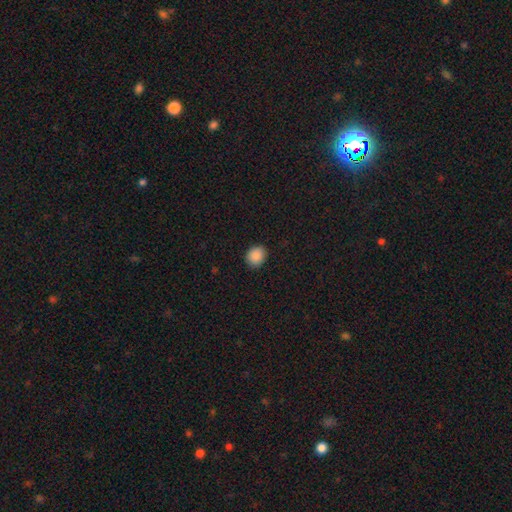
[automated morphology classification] This is clearly a smooth galaxy (89%). How rounded: likely round (70%). Merging: clearly none (89%).